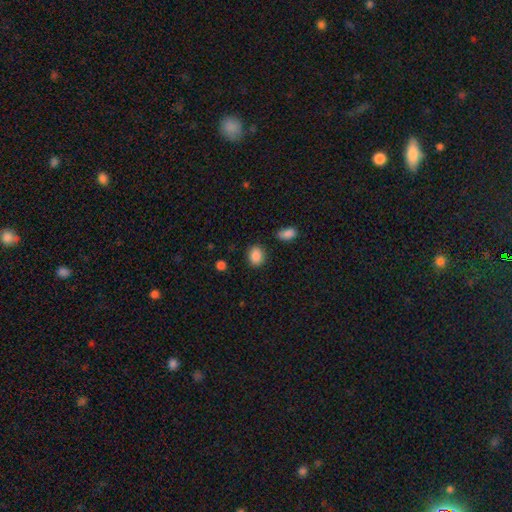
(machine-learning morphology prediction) A smooth galaxy with no disk features (88%) that is in between round and cigar-shaped (56%). Merging: none (84%).